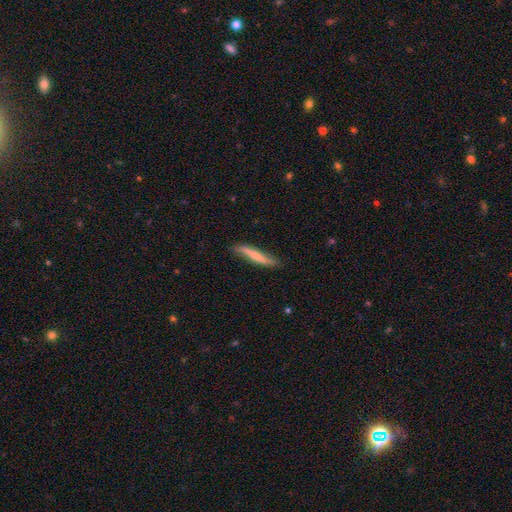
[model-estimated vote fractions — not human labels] smooth_or_featured: smooth (p=0.55) [alt: featured or disk p=0.40]
how_rounded: cigar-shaped (p=0.91) [alt: in between p=0.08]
merging: none (p=0.75) [alt: minor disturbance p=0.20]